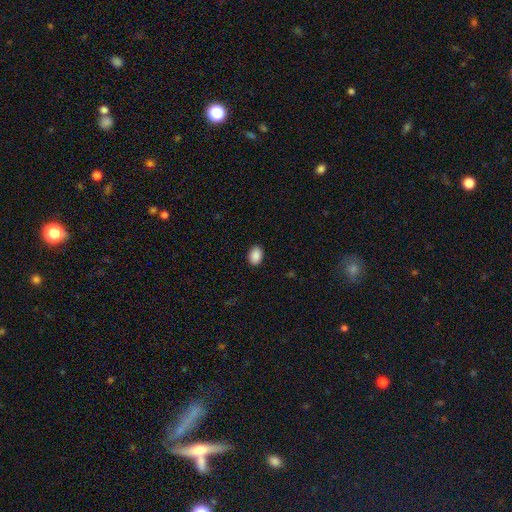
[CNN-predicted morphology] Smooth or featured? Predicted: smooth (p=0.89). How rounded? Predicted: in between (p=0.77). Merging? Predicted: none (p=0.90).